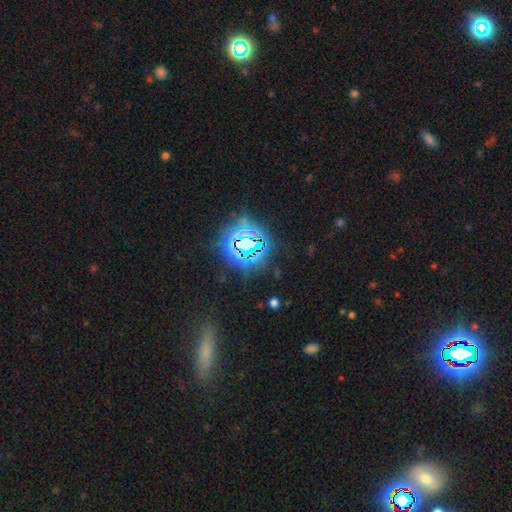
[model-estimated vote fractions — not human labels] Overall: star or artifact (78%).